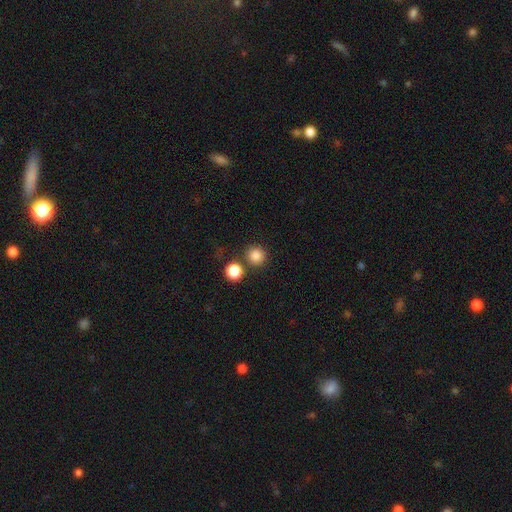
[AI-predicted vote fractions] Overall: smooth (84%). How rounded: round (94%). Merging: none (78%).